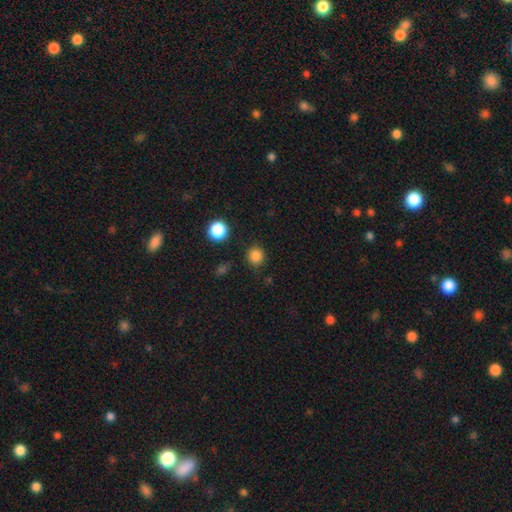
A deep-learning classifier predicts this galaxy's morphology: smooth 83%, star or artifact 13%, featured or disk 3%. Down the decision tree: how rounded — round (90%); merging — none (86%).